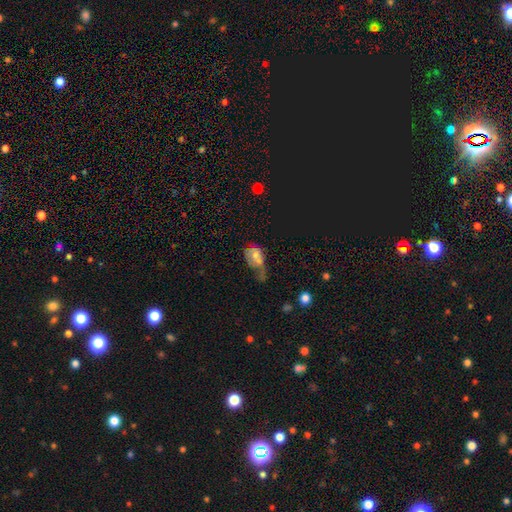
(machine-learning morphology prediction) This appears to be a smooth galaxy with no disk features (52%) that is in between round and cigar-shaped (77%). Merging: major disturbance (43%).